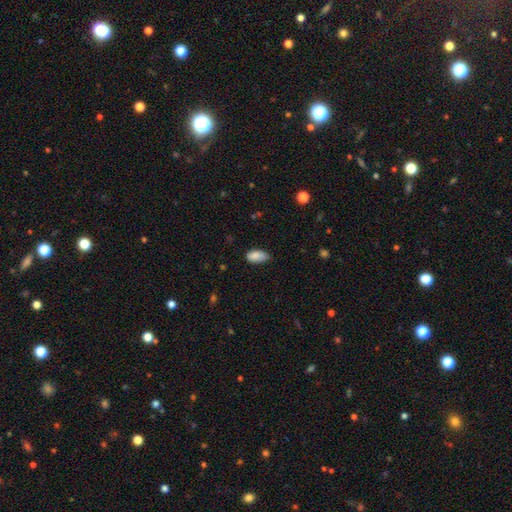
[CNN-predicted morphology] A smooth galaxy with no disk features (87%) that is in between round and cigar-shaped (93%).

Vote fractions:
- Smooth or featured? smooth: 87% / star or artifact: 7% / featured or disk: 6%
- How rounded? in between: 93% / cigar-shaped: 4% / round: 3%
- Merging? none: 63% / minor disturbance: 31% / major disturbance: 5% / merger: 1%